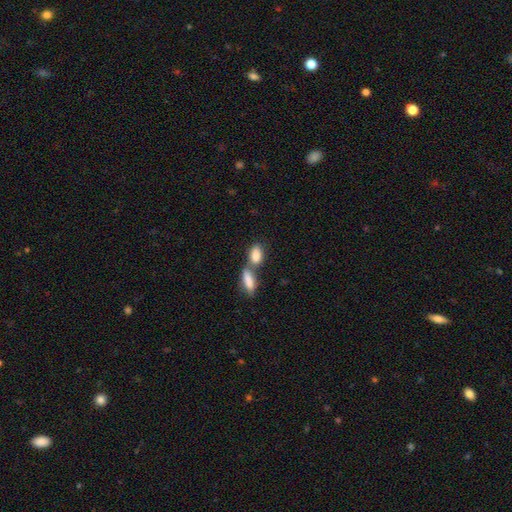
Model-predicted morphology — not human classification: smooth 85%, featured or disk 8%, star or artifact 7%. Down the decision tree: how rounded — in between (85%); merging — merger (56%).